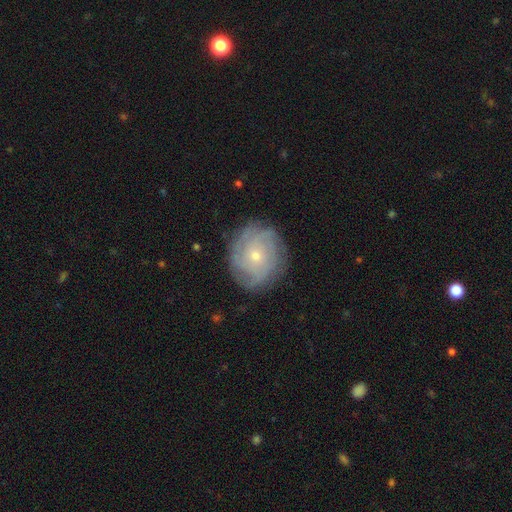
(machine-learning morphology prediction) Overall: featured or disk (73%). Edge-on disk: no (97%). Bar: no (80%). Spiral arms: yes (91%). Spiral arm count: can't tell (41%; 4 19%). Spiral winding: tight (70%). Bulge size: small (65%; moderate 31%). Merging: none (82%).